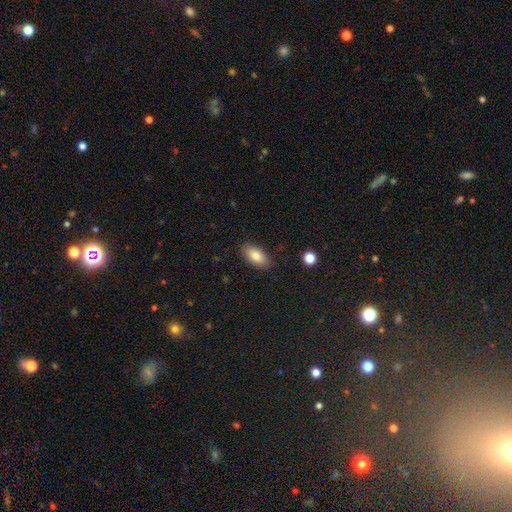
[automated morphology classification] smooth-or-featured: smooth: 84% | featured or disk: 9% | star or artifact: 7%
  how-rounded: in between: 91% | cigar-shaped: 6% | round: 3%
  merging: none: 86% | minor disturbance: 10% | major disturbance: 3% | merger: 1%